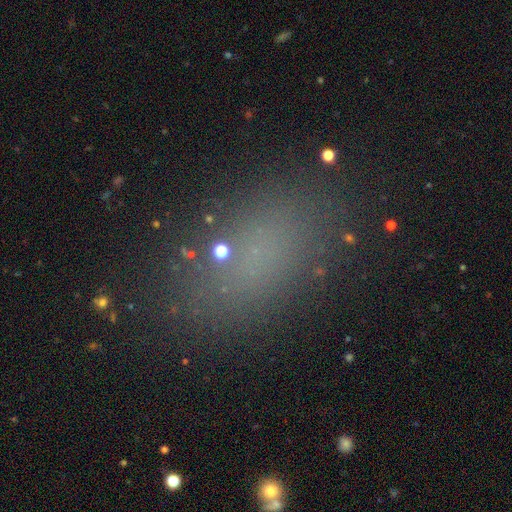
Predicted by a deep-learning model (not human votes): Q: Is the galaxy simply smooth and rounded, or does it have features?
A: smooth — 69%.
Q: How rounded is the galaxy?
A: in between — 84%.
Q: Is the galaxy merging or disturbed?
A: none — 81%.